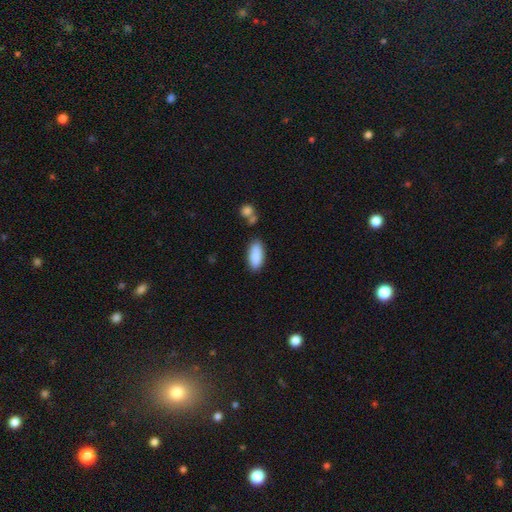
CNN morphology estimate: smooth-or-featured: smooth: 89% | star or artifact: 6% | featured or disk: 5%
  how-rounded: in between: 85% | cigar-shaped: 14% | round: 2%
  merging: none: 80% | minor disturbance: 13% | merger: 4% | major disturbance: 3%